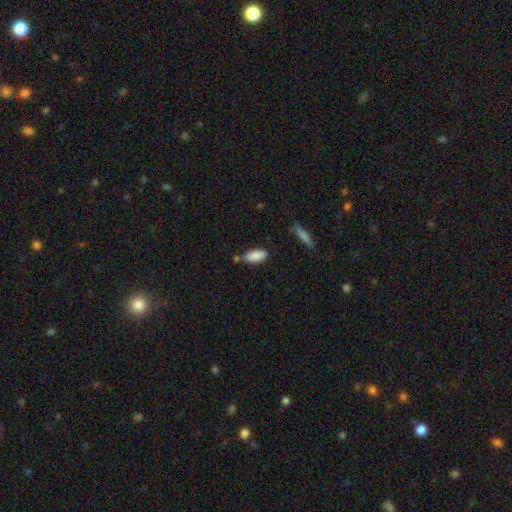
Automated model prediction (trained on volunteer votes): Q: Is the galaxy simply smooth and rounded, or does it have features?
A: smooth — 87%.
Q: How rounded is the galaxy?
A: in between — 85%.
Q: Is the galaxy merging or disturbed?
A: none — 68%.